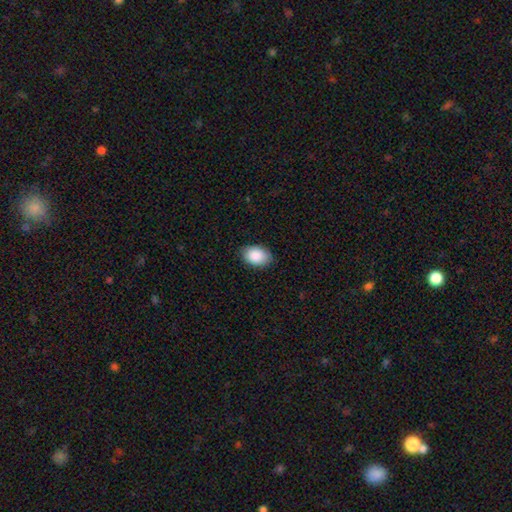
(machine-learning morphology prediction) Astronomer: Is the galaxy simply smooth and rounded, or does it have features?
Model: smooth — 89%.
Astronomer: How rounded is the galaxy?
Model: in between — 84%.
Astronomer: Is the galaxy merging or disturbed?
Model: none — 85%.